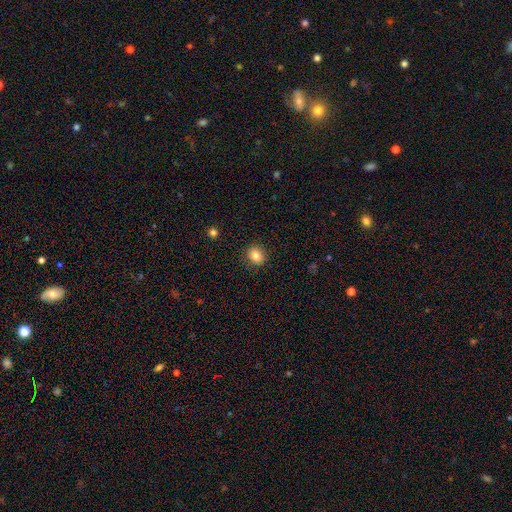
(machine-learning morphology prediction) The model was most divided on "how rounded": round: 68%, in between: 31%, cigar-shaped: 1%. More confident: merging — none (89%); smooth or featured — smooth (82%).